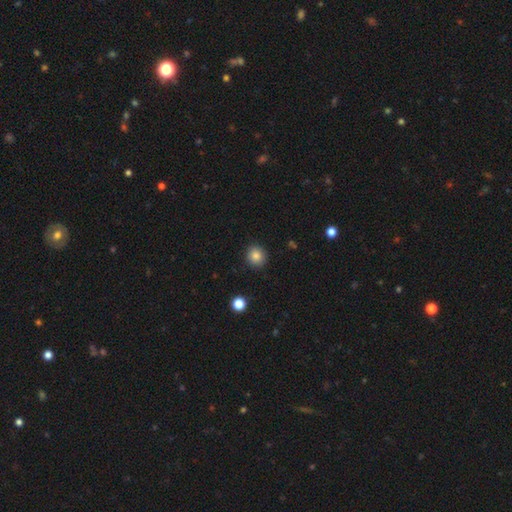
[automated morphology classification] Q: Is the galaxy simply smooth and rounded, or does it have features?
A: smooth — 83%.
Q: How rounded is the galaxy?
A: round — 90%.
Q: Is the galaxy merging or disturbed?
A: none — 91%.